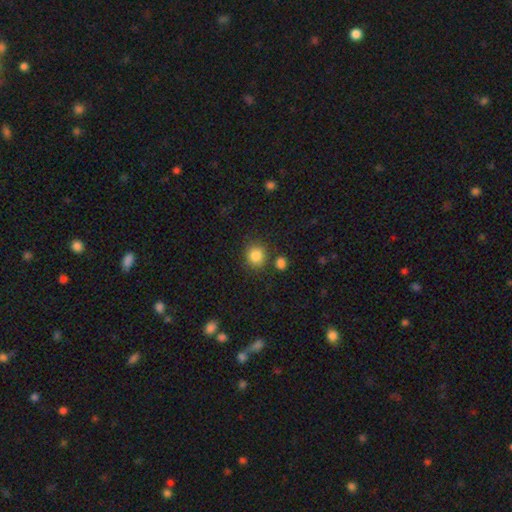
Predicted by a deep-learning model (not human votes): Smooth or featured?
  - smooth: 85% *
  - star or artifact: 11%
  - featured or disk: 5%
How rounded?
  - round: 87% *
  - in between: 12%
  - cigar-shaped: 1%
Merging?
  - none: 81% *
  - minor disturbance: 9%
  - merger: 7%
  - major disturbance: 3%